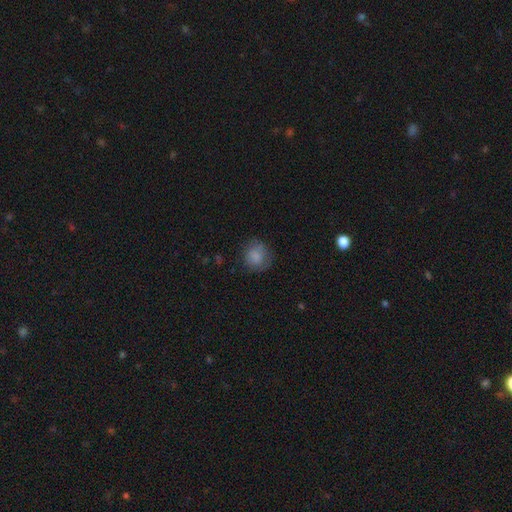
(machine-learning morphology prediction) Smooth or featured?
  - smooth: 80% *
  - featured or disk: 11%
  - star or artifact: 9%
How rounded?
  - round: 80% *
  - in between: 19%
  - cigar-shaped: 1%
Merging?
  - none: 70% *
  - minor disturbance: 21%
  - major disturbance: 8%
  - merger: 1%